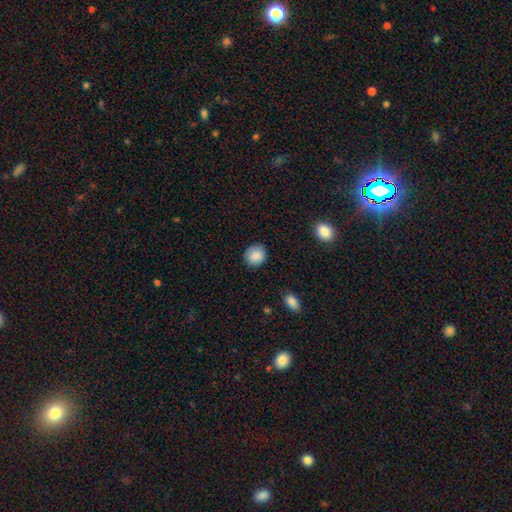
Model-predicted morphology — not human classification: Smooth or featured: smooth — 88% (star or artifact — 8%)
How rounded: round — 83% (in between — 16%)
Merging: none — 87% (minor disturbance — 10%)